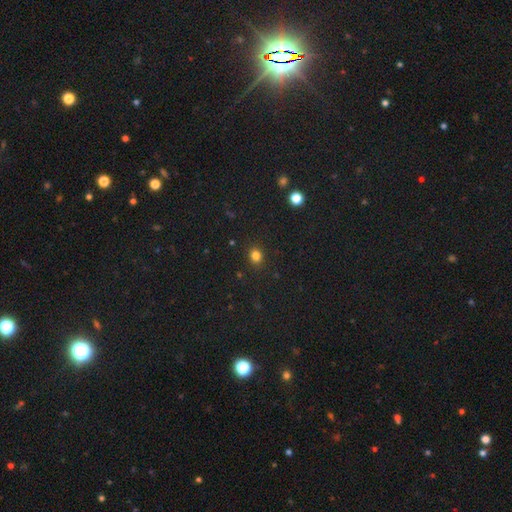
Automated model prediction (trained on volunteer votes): A smooth galaxy with no disk features (81%) that is round (66%).

Vote fractions:
- Smooth or featured? smooth: 81% / star or artifact: 14% / featured or disk: 5%
- How rounded? round: 66% / in between: 33% / cigar-shaped: 1%
- Merging? none: 89% / minor disturbance: 8% / major disturbance: 2% / merger: 1%